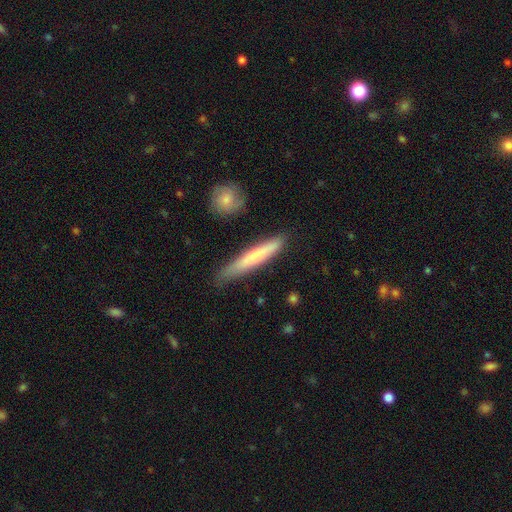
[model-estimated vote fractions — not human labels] Overall: smooth (70%). How rounded: cigar-shaped (93%). Merging: none (78%).